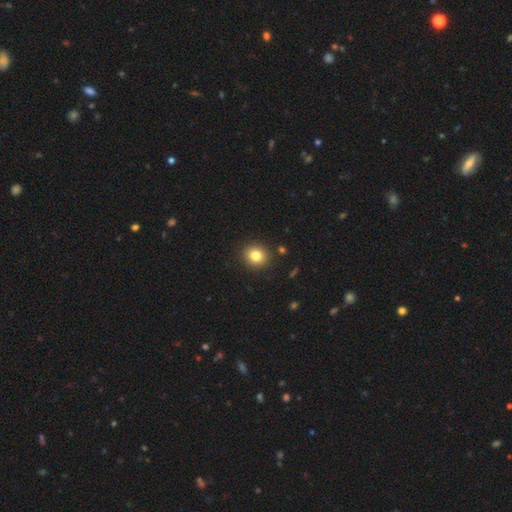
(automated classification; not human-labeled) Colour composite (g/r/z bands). It shows a smooth galaxy with no disk features (81%) that is round (81%). Merging: none (90%).